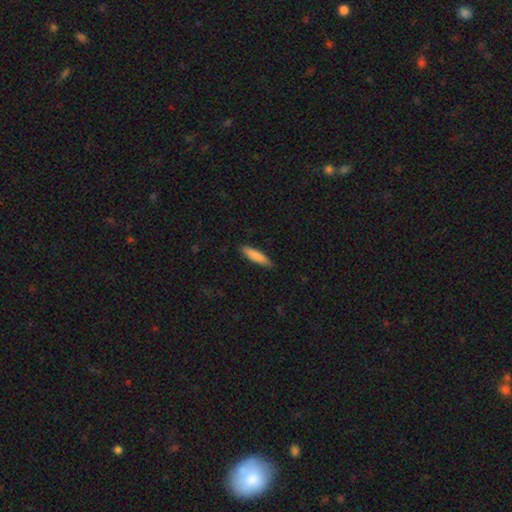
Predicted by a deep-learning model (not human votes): This is clearly a smooth galaxy (84%). How rounded: likely cigar-shaped (75%). Merging: clearly none (84%).